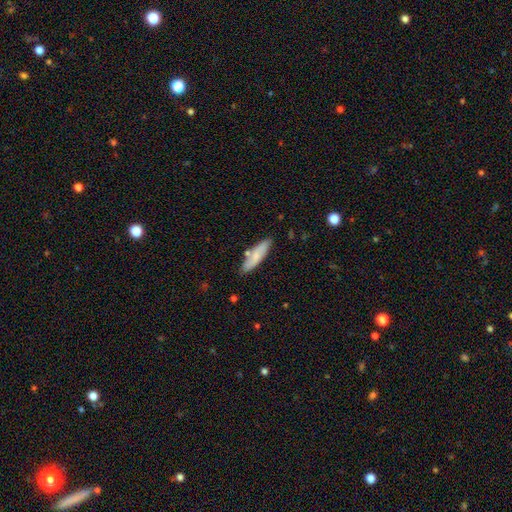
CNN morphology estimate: Overall: smooth (69%). How rounded: cigar-shaped (62%; in between 36%). Merging: none (76%).